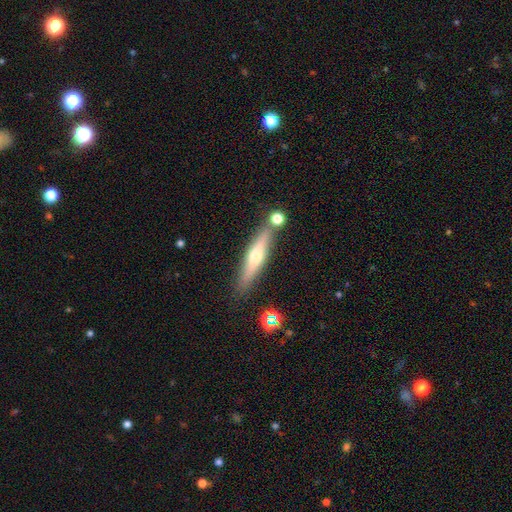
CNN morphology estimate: type=featured or disk (52%); edge-on=yes (92%); merging=none (78%).